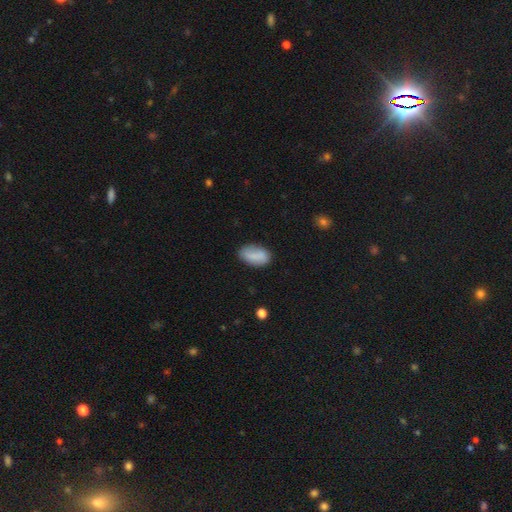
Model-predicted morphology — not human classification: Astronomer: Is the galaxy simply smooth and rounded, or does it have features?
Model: smooth — 79%.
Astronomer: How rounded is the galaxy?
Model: in between — 92%.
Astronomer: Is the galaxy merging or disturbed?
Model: none — 77%.